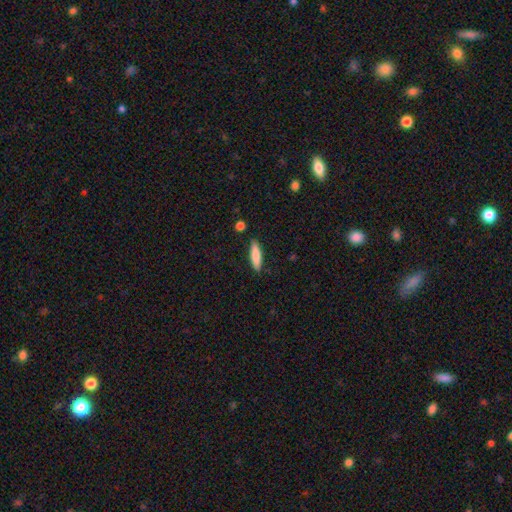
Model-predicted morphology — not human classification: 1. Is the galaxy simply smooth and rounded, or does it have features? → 82% smooth, 12% featured or disk, 6% star or artifact.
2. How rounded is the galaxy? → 69% cigar-shaped, 29% in between, 2% round.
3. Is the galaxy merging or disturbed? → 87% none, 9% minor disturbance, 2% major disturbance, 2% merger.